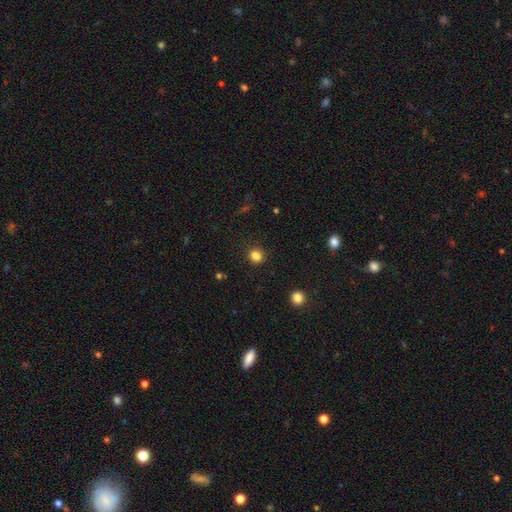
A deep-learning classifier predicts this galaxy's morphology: smooth_or_featured: smooth (p=0.82) [alt: star or artifact p=0.14]
how_rounded: round (p=0.80) [alt: in between p=0.19]
merging: none (p=0.86) [alt: minor disturbance p=0.09]